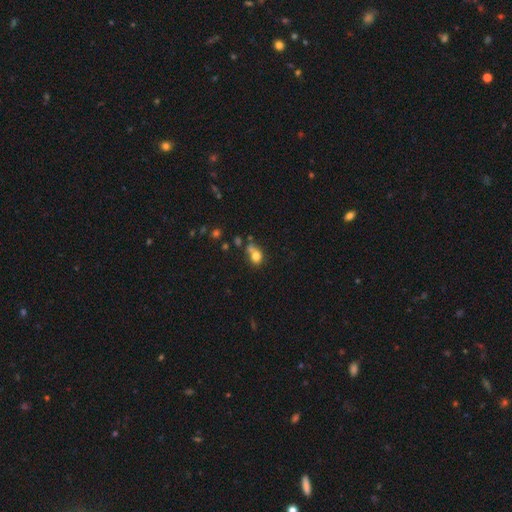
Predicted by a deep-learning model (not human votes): smooth-or-featured: smooth: 75% | star or artifact: 13% | featured or disk: 12%
  how-rounded: round: 53% | in between: 45% | cigar-shaped: 2%
  merging: none: 39% | merger: 29% | minor disturbance: 20% | major disturbance: 11%